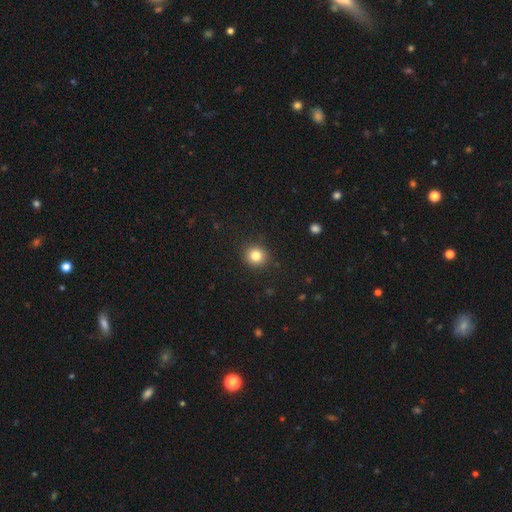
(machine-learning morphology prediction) A smooth galaxy with no disk features (82%) that is round (90%). Merging: none (90%).